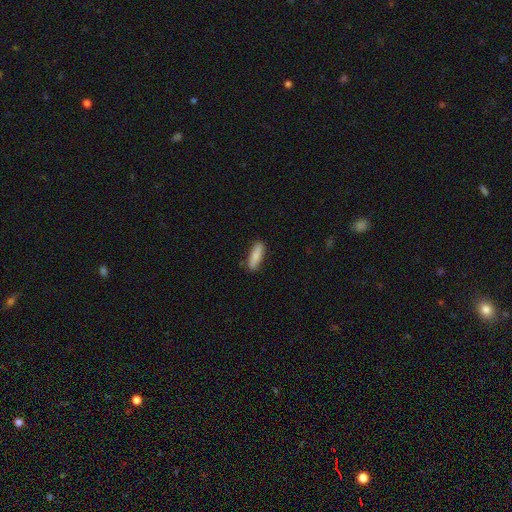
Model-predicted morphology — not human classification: smooth_or_featured: smooth (p=0.84) [alt: featured or disk p=0.10]
how_rounded: cigar-shaped (p=0.62) [alt: in between p=0.36]
merging: none (p=0.85) [alt: minor disturbance p=0.11]